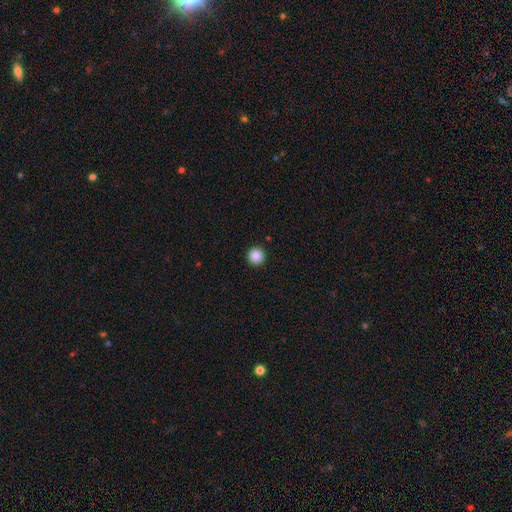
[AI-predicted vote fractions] This appears to be a smooth galaxy with no disk features (87%) that is round (96%). Merging: none (93%).